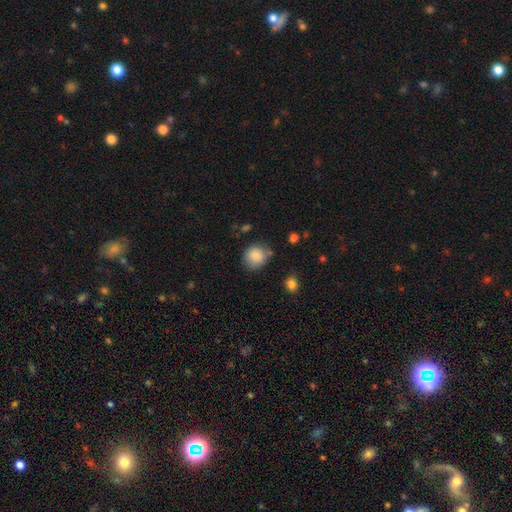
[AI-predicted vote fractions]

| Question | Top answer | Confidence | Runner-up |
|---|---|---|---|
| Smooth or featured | smooth | 86% | star or artifact (8%) |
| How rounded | round | 76% | in between (23%) |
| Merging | none | 72% | minor disturbance (19%) |